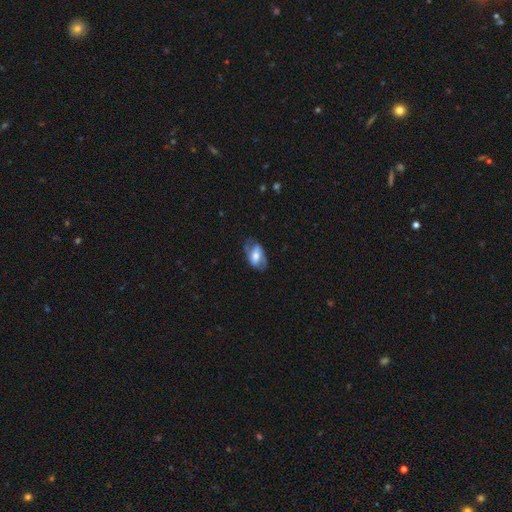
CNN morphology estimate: featured or disk 52%, smooth 41%, star or artifact 7%. Down the decision tree: edge-on disk — no (90%); merging — none (64%).